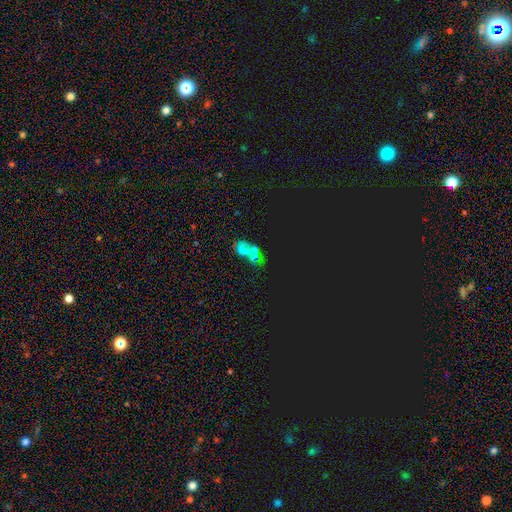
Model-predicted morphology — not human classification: star or artifact 43%, smooth 29%, featured or disk 28%.